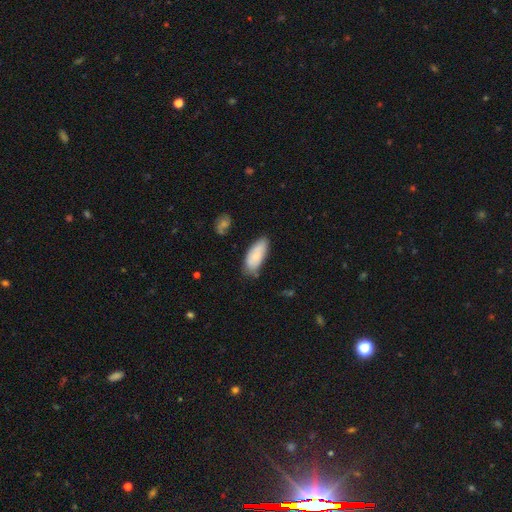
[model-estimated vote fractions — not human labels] The model was most divided on "merging": none: 67%, minor disturbance: 25%, major disturbance: 4%, merger: 4%. More confident: how rounded — in between (85%); smooth or featured — smooth (76%).